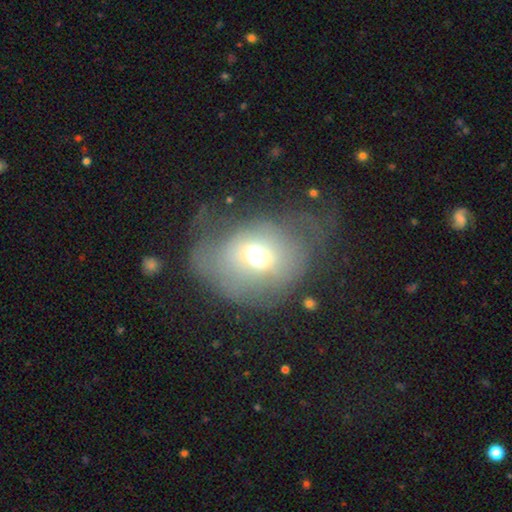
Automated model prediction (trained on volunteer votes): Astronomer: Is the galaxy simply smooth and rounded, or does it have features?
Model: smooth — 53% (runner-up: featured or disk, 33%).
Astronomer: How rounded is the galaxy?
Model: round — 52% (runner-up: in between, 47%).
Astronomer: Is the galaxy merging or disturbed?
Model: major disturbance — 42% (runner-up: none, 28%).